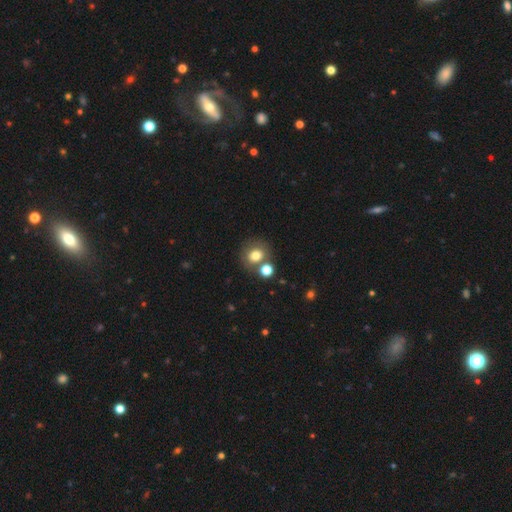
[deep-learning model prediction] Morphology: type=smooth (77%); roundness=round (78%); merging=none (65%).